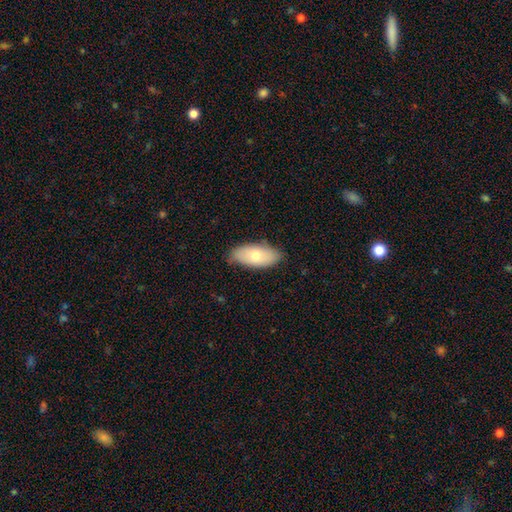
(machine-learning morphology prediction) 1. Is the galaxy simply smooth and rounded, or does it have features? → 71% smooth, 23% featured or disk, 6% star or artifact.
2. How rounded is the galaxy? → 92% in between, 6% cigar-shaped, 3% round.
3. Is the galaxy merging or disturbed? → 80% none, 16% minor disturbance, 3% major disturbance, 1% merger.